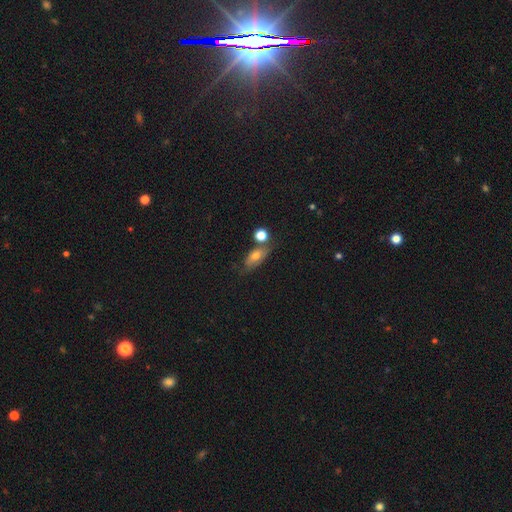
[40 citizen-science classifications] Smooth or featured: smooth — 70% (featured or disk — 30%)
How rounded: in between — 68% (round — 18%)
Merging: none — 35% (minor disturbance — 30%)